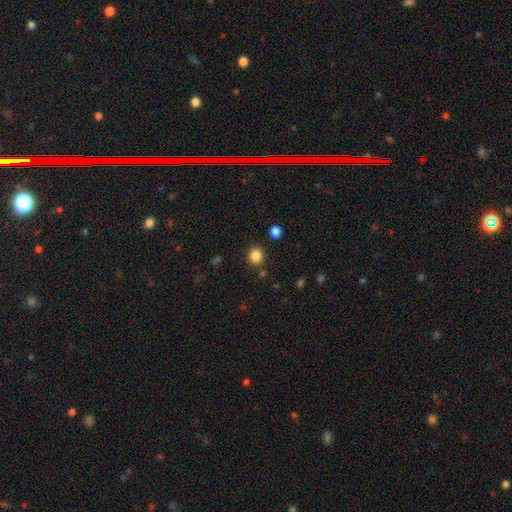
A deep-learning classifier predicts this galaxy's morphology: smooth-or-featured: smooth: 85% | star or artifact: 11% | featured or disk: 3%
  how-rounded: round: 82% | in between: 17% | cigar-shaped: 1%
  merging: none: 87% | minor disturbance: 7% | merger: 4% | major disturbance: 3%